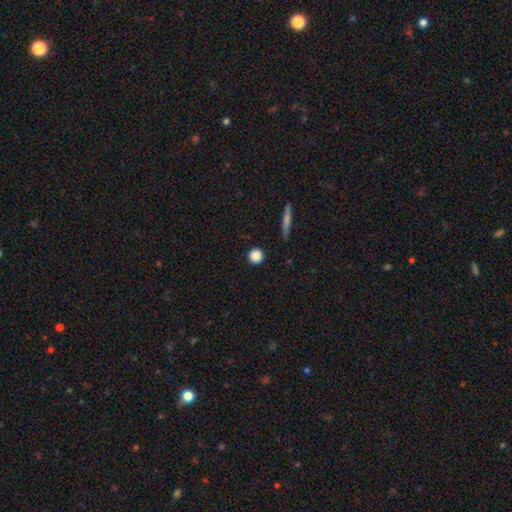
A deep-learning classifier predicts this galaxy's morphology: Smooth or featured? Predicted: smooth (p=0.86). How rounded? Predicted: round (p=0.95). Merging? Predicted: none (p=0.91).